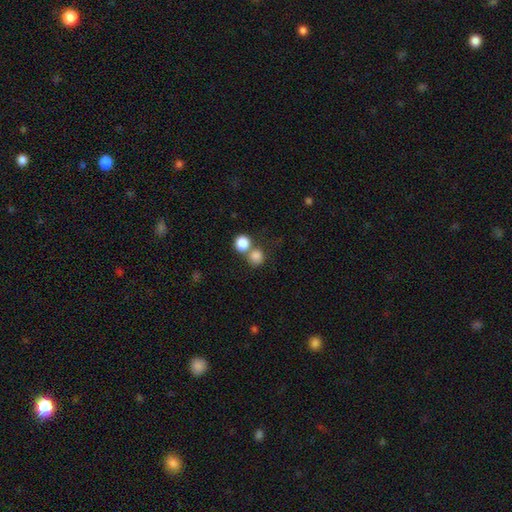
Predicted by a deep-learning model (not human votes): Morphology: type=smooth (82%); roundness=round (85%); merging=none (47%).